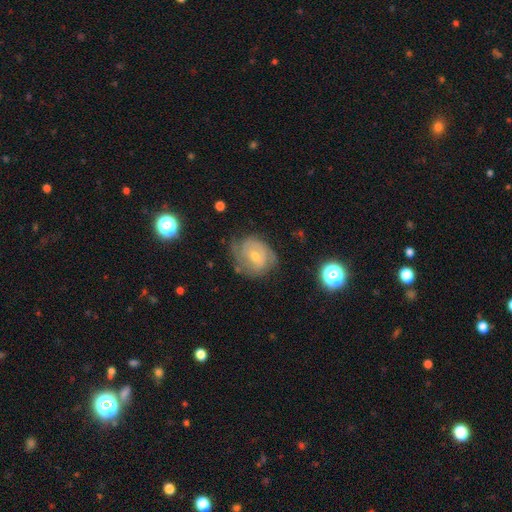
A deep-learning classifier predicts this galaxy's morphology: A featured or disk galaxy (73%) with no bar (48%), 2 (39%) tight (61%) spiral arms (89%) and a moderate central bulge (48%, tied with small). Merging: none (61%).